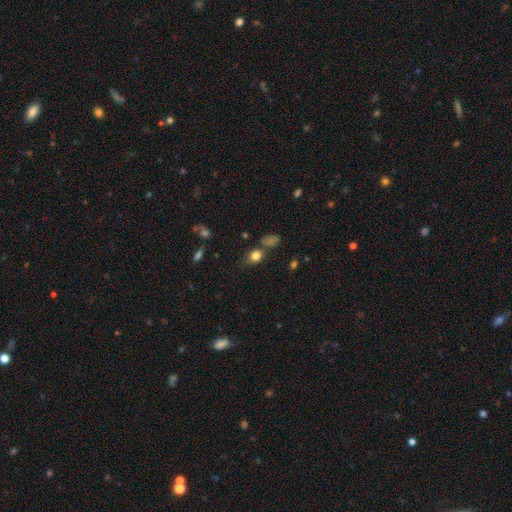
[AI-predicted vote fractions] Smooth or featured? Predicted: smooth (p=0.78). How rounded? Predicted: round (p=0.60). Merging? Predicted: none (p=0.60).